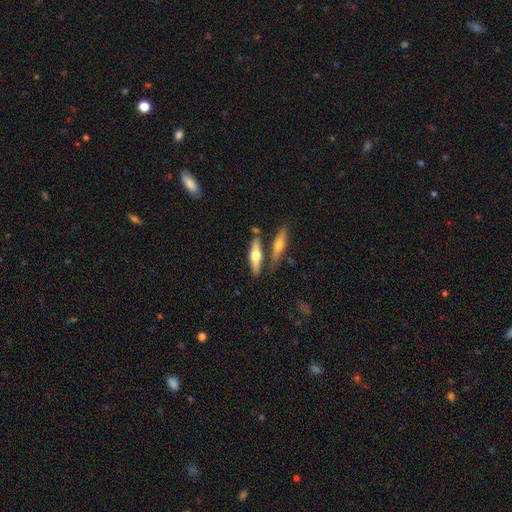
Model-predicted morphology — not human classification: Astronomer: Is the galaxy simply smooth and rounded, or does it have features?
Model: featured or disk — 49% (runner-up: smooth, 45%).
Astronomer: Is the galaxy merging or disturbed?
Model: none — 64%.